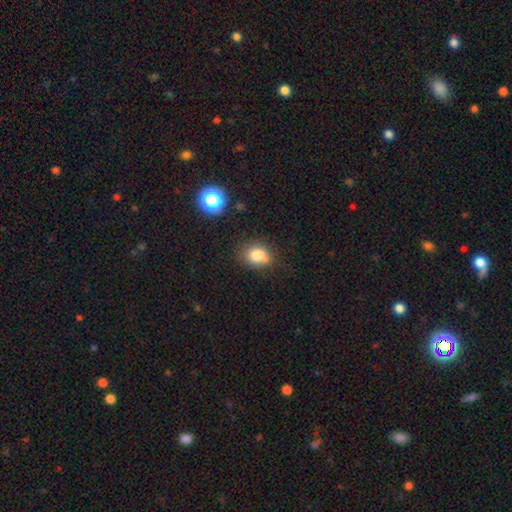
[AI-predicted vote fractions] This is likely a smooth galaxy (77%). How rounded: possibly in between (51%). Merging: possibly none (55%).